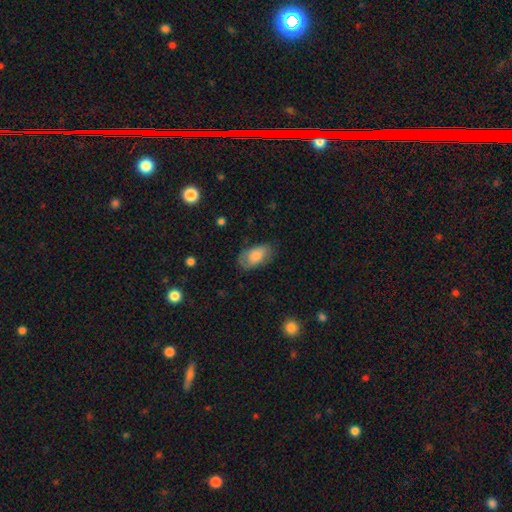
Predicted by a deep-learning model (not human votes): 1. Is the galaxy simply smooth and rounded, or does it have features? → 73% smooth, 20% featured or disk, 7% star or artifact.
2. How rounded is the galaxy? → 93% in between, 5% round, 2% cigar-shaped.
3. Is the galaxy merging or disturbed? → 66% none, 24% minor disturbance, 8% major disturbance, 1% merger.